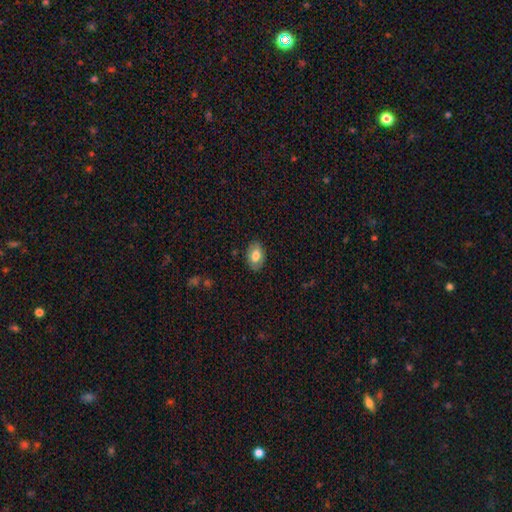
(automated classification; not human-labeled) Smooth or featured: smooth — 75% (featured or disk — 18%)
How rounded: in between — 87% (round — 12%)
Merging: none — 87% (minor disturbance — 10%)